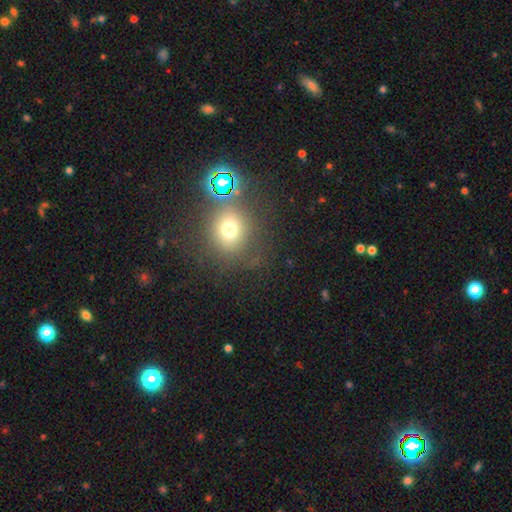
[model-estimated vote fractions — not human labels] smooth-or-featured: smooth: 54% | star or artifact: 35% | featured or disk: 11%
  how-rounded: round: 81% | in between: 18% | cigar-shaped: 1%
  merging: none: 74% | minor disturbance: 11% | merger: 9% | major disturbance: 6%